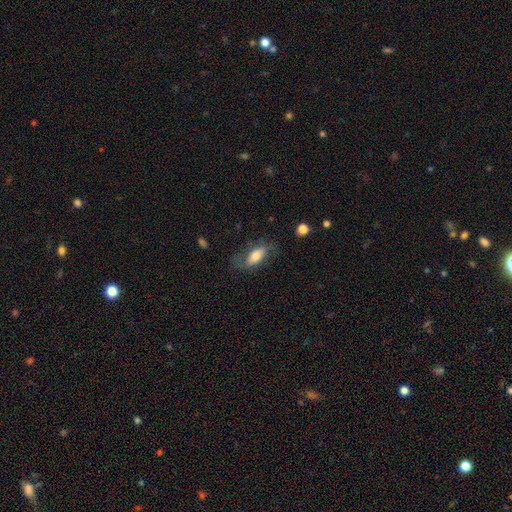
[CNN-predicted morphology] The model was most divided on "smooth or featured": smooth: 61%, featured or disk: 31%, star or artifact: 7%. More confident: how rounded — in between (79%); merging — none (61%).